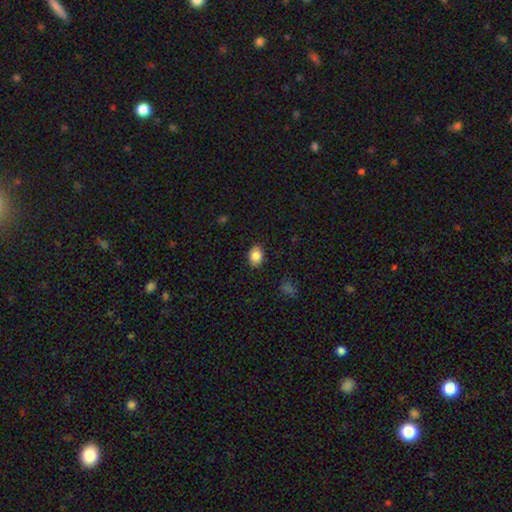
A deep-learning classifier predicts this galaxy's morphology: A smooth galaxy with no disk features (85%) that is in between round and cigar-shaped (66%). Merging: none (88%).